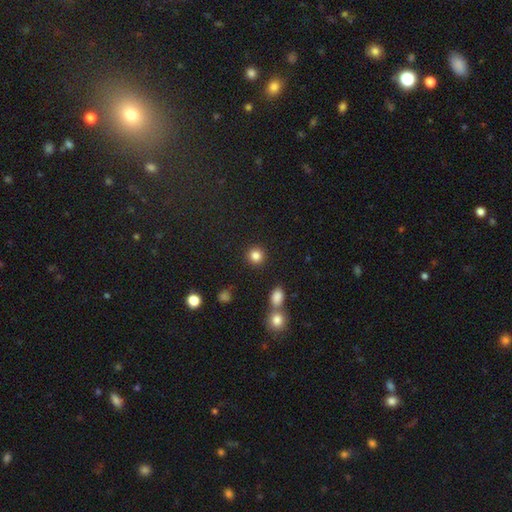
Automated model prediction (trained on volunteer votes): Morphology: type=smooth (84%); roundness=round (91%); merging=none (89%).